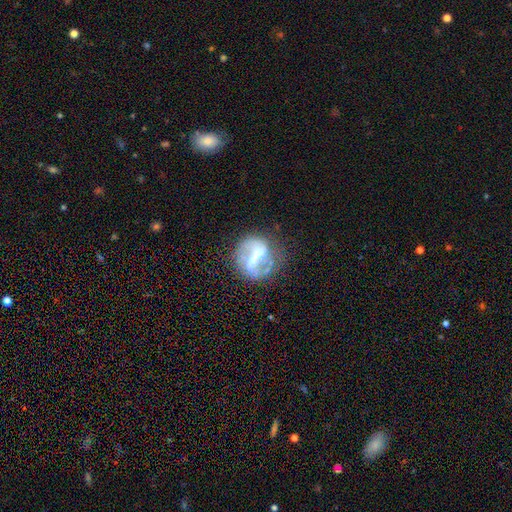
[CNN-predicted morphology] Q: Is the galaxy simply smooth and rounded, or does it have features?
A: featured or disk — 73%.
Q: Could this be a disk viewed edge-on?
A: no — 96%.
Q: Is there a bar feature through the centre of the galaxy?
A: strong — 65%.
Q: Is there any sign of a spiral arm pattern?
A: yes — 65%.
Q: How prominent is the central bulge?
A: none — 35%.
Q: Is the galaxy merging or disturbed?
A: none — 58%.